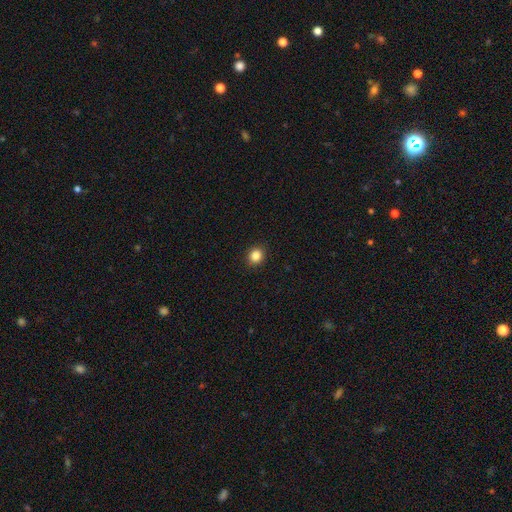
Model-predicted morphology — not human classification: The model was most divided on "how rounded": round: 81%, in between: 18%, cigar-shaped: 1%. More confident: merging — none (92%); smooth or featured — smooth (85%).